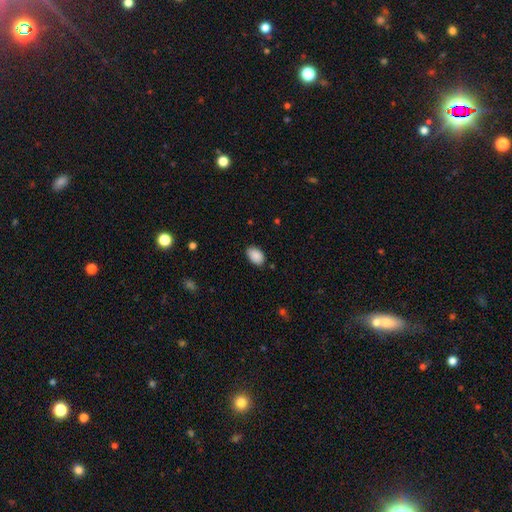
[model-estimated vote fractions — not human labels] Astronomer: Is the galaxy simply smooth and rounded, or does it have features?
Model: smooth — 90%.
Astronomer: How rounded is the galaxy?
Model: in between — 90%.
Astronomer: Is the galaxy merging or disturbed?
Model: none — 84%.